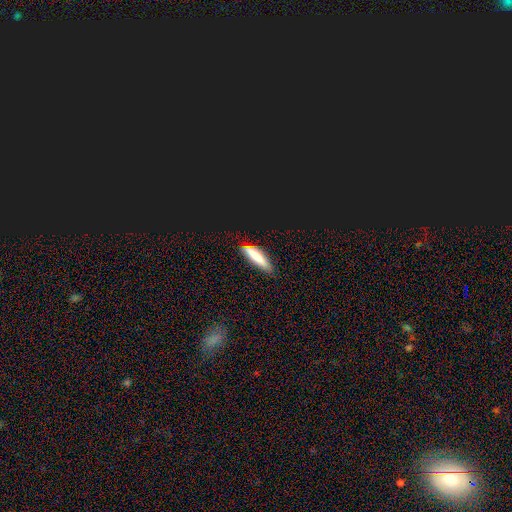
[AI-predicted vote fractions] smooth 74%, featured or disk 17%, star or artifact 9%. Down the decision tree: how rounded — cigar-shaped (71%); merging — none (67%).